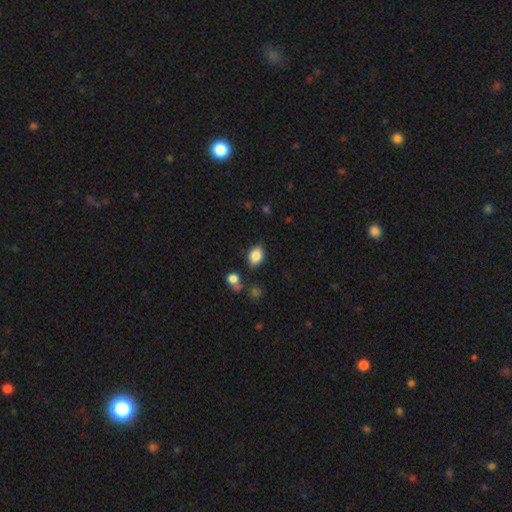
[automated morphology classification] Overall: smooth (85%). How rounded: in between (78%). Merging: none (79%).